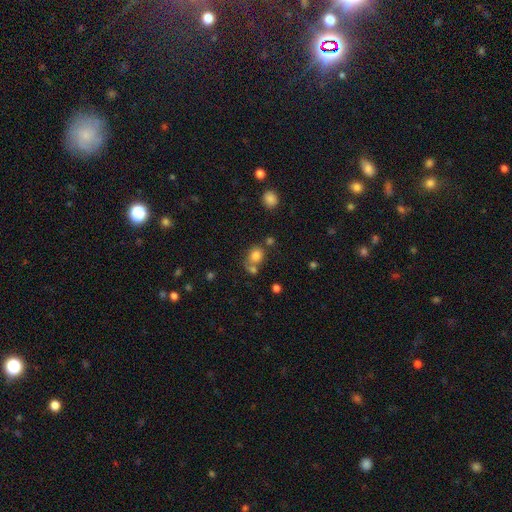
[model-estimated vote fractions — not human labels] This is likely a smooth galaxy (80%). How rounded: likely round (63%). Merging: possibly none (47%).